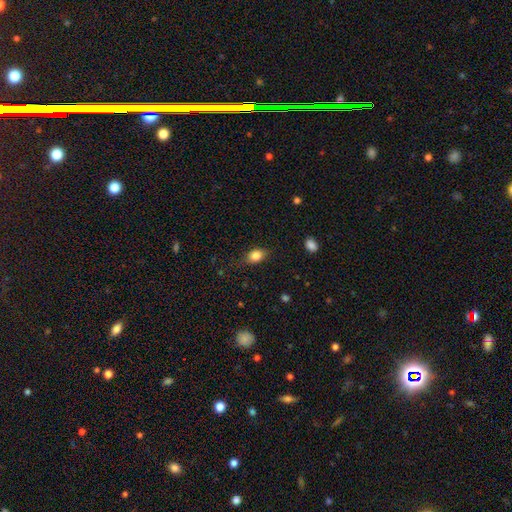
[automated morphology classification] type=smooth (82%); roundness=in between (70%); merging=none (75%).